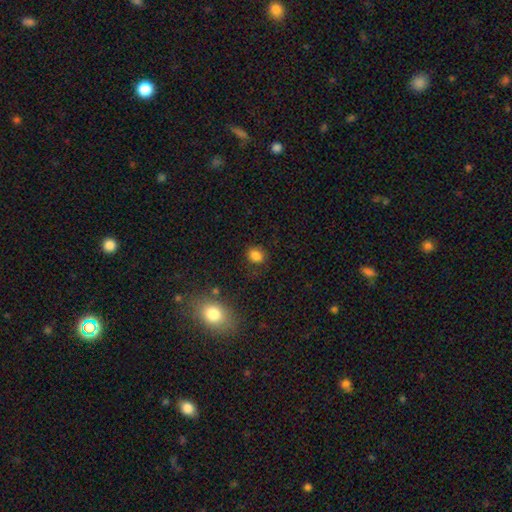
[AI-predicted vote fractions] This appears to be a smooth galaxy with no disk features (83%) that is round (52%). Merging: none (80%).